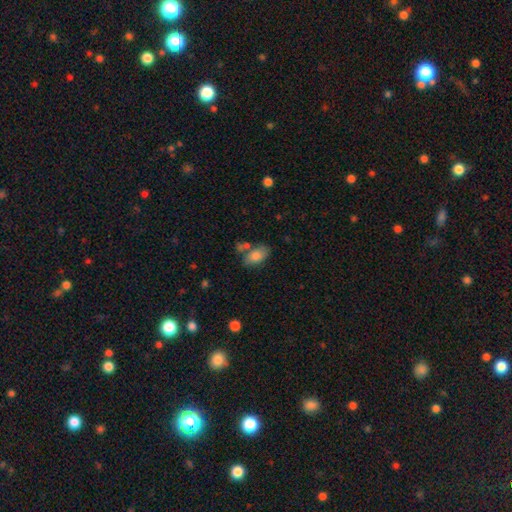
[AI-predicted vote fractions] Overall: smooth (81%). How rounded: in between (91%). Merging: none (57%; minor disturbance 19%).